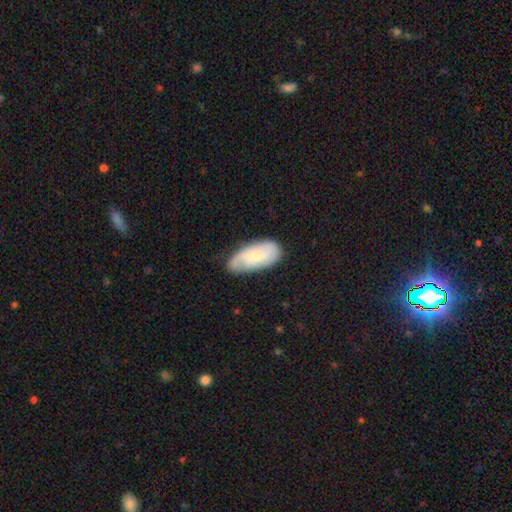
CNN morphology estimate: This appears to be a smooth galaxy with no disk features (49%). Merging: none (62%).